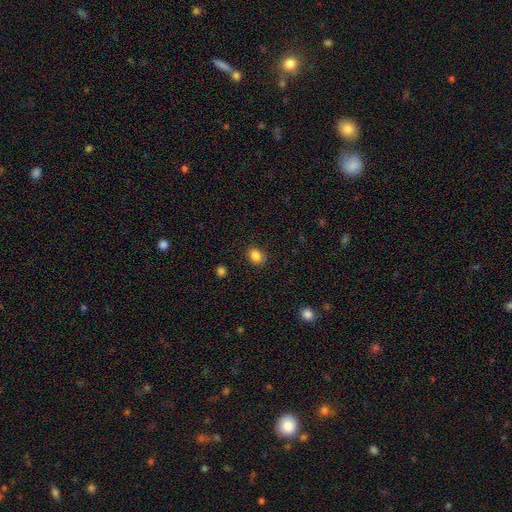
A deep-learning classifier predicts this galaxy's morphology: The model was most divided on "how rounded": in between: 59%, round: 40%, cigar-shaped: 1%. More confident: smooth or featured — smooth (85%); merging — none (85%).